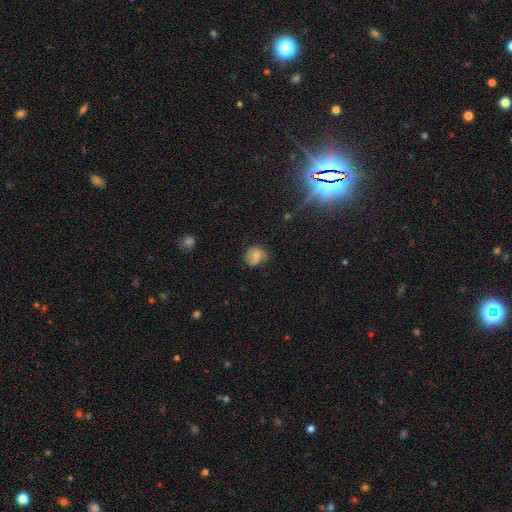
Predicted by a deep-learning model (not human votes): smooth_or_featured: smooth (p=0.46) [alt: featured or disk p=0.44]
merging: none (p=0.59) [alt: minor disturbance p=0.28]